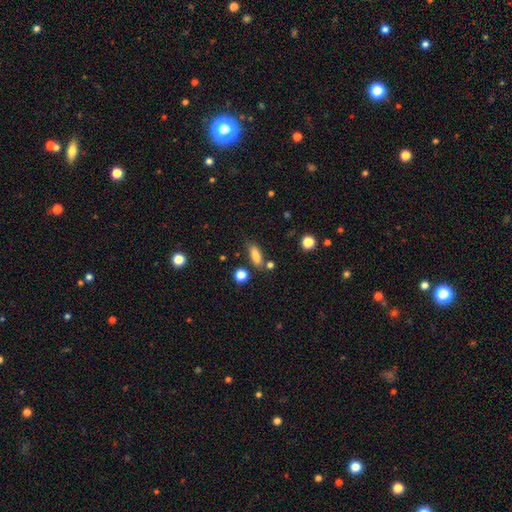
This appears to be a smooth galaxy with no disk features (89%) that is in between round and cigar-shaped (59%). Merging: none (69%).